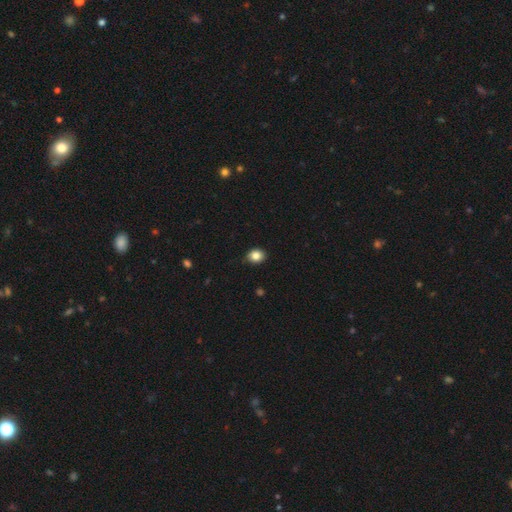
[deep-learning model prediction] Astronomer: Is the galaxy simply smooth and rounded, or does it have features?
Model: smooth — 85%.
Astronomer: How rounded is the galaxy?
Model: round — 60% (runner-up: in between, 40%).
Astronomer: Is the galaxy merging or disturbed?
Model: none — 83%.